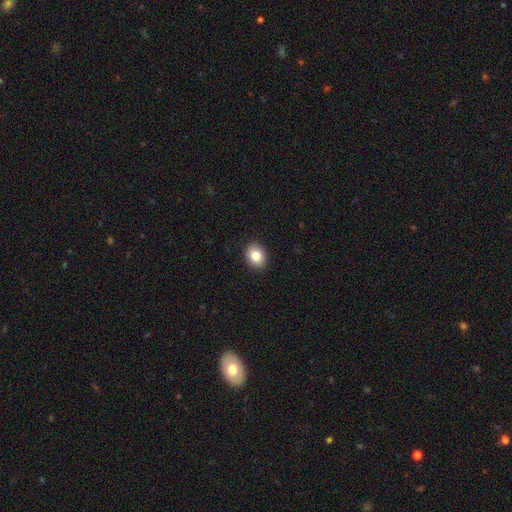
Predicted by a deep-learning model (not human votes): Smooth or featured? Predicted: smooth (p=0.83). How rounded? Predicted: in between (p=0.50). Merging? Predicted: none (p=0.91).